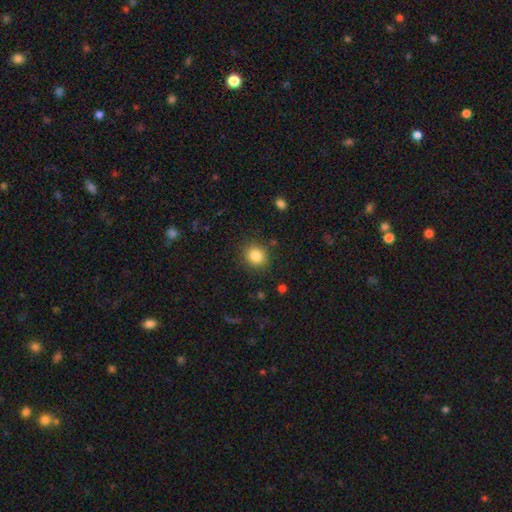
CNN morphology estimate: Overall: smooth (85%). How rounded: round (77%). Merging: none (86%).